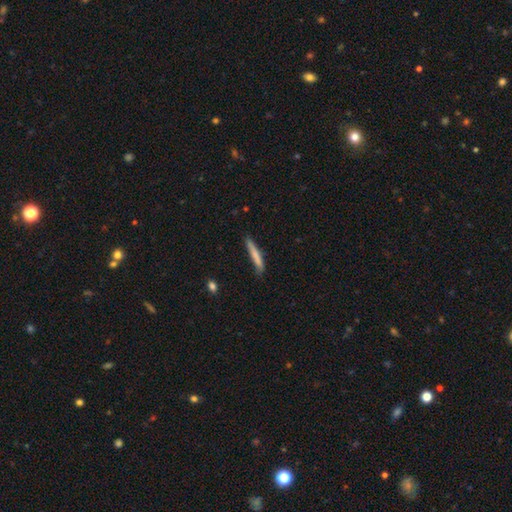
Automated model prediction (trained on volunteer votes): Smooth or featured: smooth — 75% (featured or disk — 19%)
How rounded: cigar-shaped — 94% (in between — 5%)
Merging: none — 72% (minor disturbance — 21%)